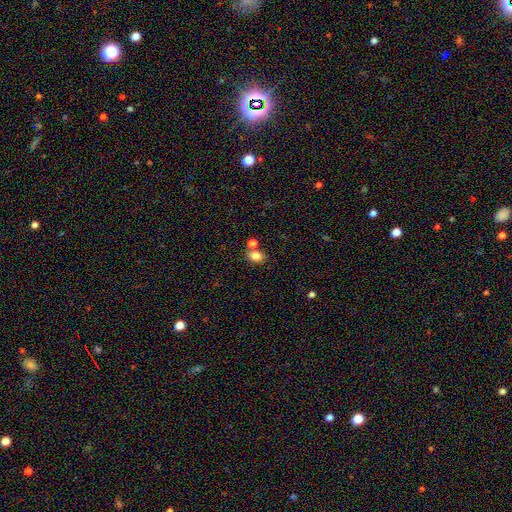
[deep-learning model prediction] Smooth or featured? Predicted: smooth (p=0.82). How rounded? Predicted: in between (p=0.63). Merging? Predicted: none (p=0.61).